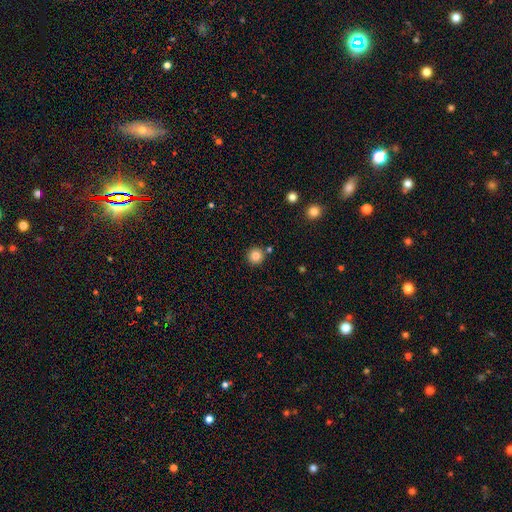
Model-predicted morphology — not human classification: Overall: smooth (83%). How rounded: round (95%). Merging: none (86%).